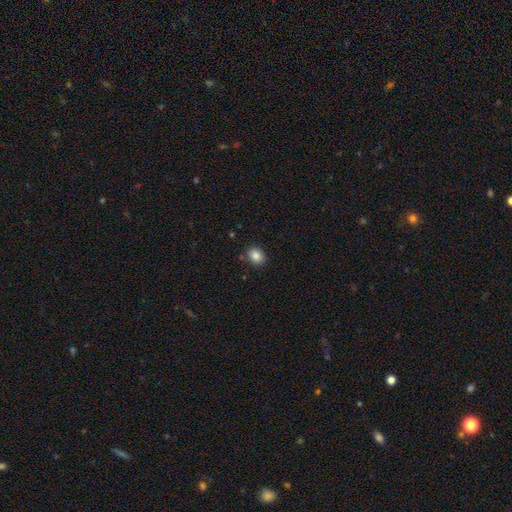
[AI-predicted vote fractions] smooth-or-featured: smooth: 85% | star or artifact: 9% | featured or disk: 5%
  how-rounded: in between: 57% | round: 42% | cigar-shaped: 1%
  merging: none: 87% | minor disturbance: 9% | merger: 2% | major disturbance: 2%